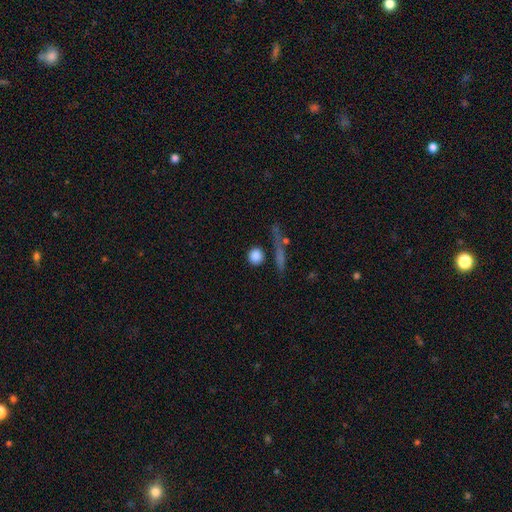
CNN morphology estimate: smooth 82%, star or artifact 11%, featured or disk 7%. Down the decision tree: how rounded — round (90%); merging — none (81%).